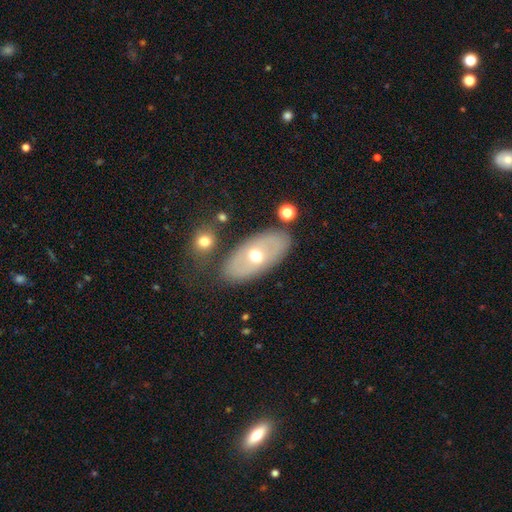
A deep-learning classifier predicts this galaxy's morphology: A smooth galaxy with no disk features (48%). Merging: none (79%).